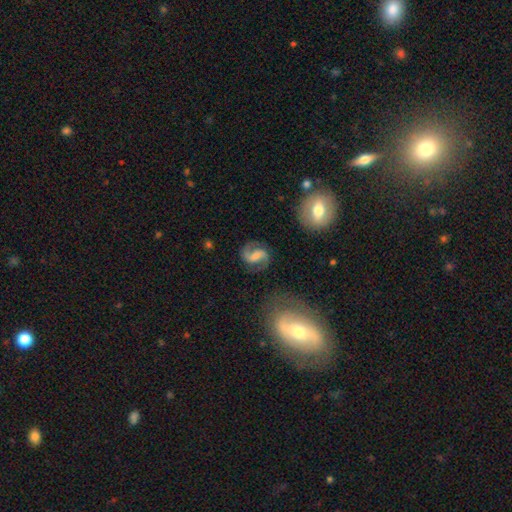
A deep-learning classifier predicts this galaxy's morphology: Overall: featured or disk (86%). Edge-on disk: no (98%). Bar: weak (48%; strong 30%). Spiral arms: yes (97%). Spiral arm count: 2 (93%). Spiral winding: medium (52%; loose 36%). Bulge size: small (34%; moderate 29%). Merging: none (78%).